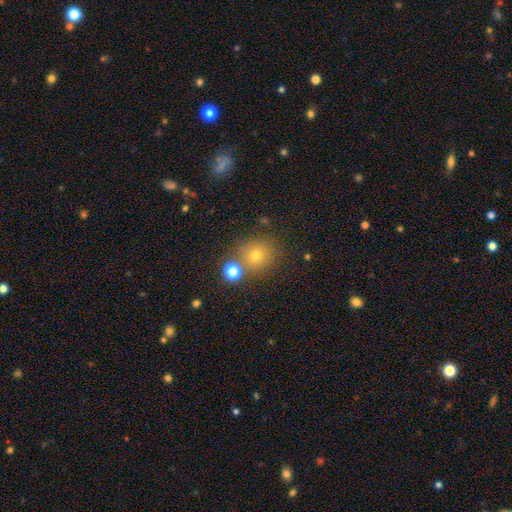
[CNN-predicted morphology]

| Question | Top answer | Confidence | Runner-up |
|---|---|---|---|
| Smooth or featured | smooth | 68% | star or artifact (21%) |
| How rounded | round | 83% | in between (16%) |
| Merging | none | 74% | merger (13%) |